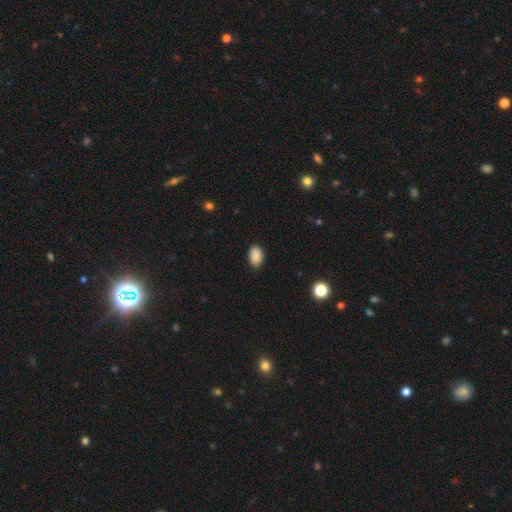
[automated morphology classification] Smooth or featured? smooth (88%)
How rounded? in between (90%)
Merging? none (88%)